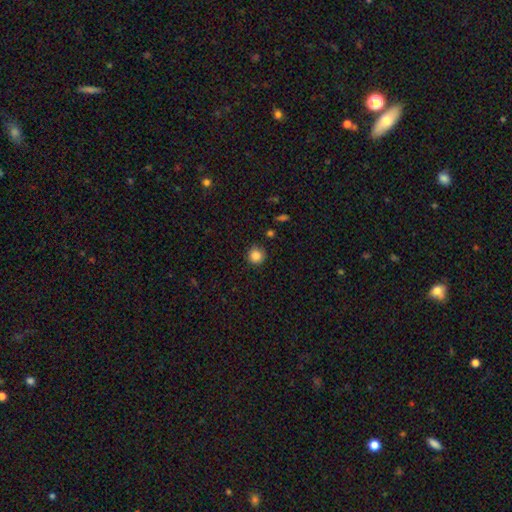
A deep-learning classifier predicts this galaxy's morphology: Smooth or featured?
  - smooth: 86% *
  - star or artifact: 11%
  - featured or disk: 4%
How rounded?
  - round: 94% *
  - in between: 5%
  - cigar-shaped: 1%
Merging?
  - none: 89% *
  - minor disturbance: 7%
  - major disturbance: 2%
  - merger: 1%